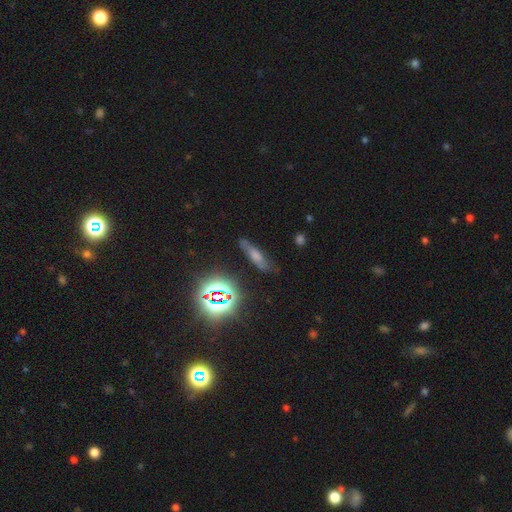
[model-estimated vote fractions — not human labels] Smooth or featured? Predicted: smooth (p=0.36). Merging? Predicted: none (p=0.76).